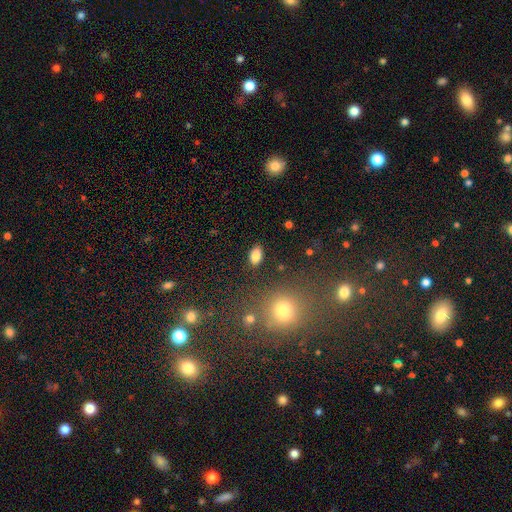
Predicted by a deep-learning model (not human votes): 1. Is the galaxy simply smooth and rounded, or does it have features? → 83% smooth, 9% star or artifact, 7% featured or disk.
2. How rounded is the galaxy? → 90% in between, 8% round, 2% cigar-shaped.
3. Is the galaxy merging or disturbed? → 86% none, 9% minor disturbance, 3% major disturbance, 2% merger.